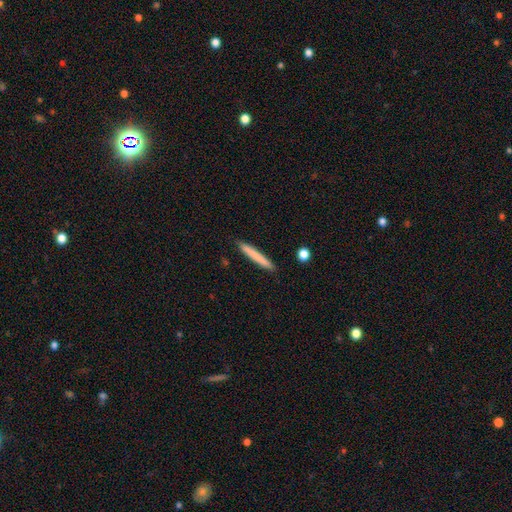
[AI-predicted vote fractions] The model was most divided on "smooth or featured": smooth: 76%, featured or disk: 18%, star or artifact: 6%. More confident: how rounded — cigar-shaped (96%); merging — none (91%).